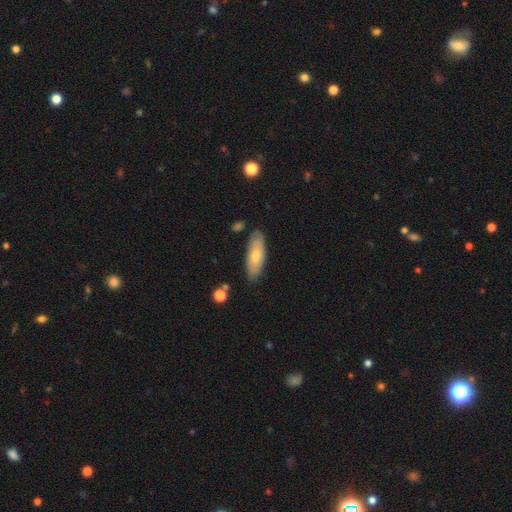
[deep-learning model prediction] smooth 67%, featured or disk 27%, star or artifact 6%. Down the decision tree: how rounded — in between (68%); merging — none (79%).